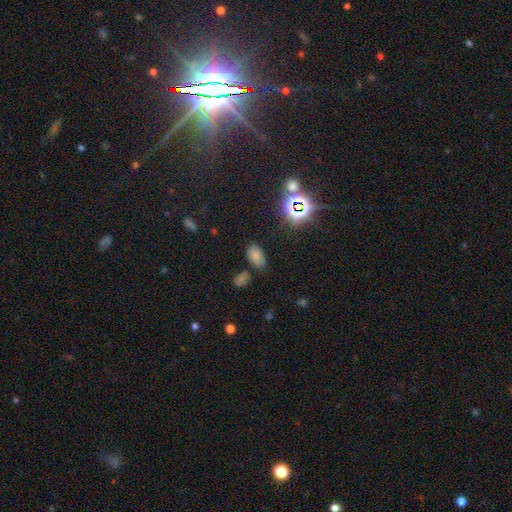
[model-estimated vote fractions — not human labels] Smooth or featured?
  - smooth: 69% *
  - star or artifact: 23%
  - featured or disk: 8%
How rounded?
  - in between: 92% *
  - round: 6%
  - cigar-shaped: 2%
Merging?
  - none: 70% *
  - minor disturbance: 18%
  - merger: 6%
  - major disturbance: 5%